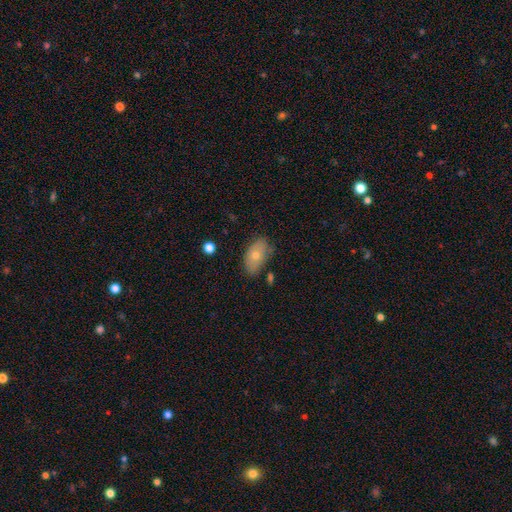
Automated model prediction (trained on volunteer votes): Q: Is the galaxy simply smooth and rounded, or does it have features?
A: smooth — 63%.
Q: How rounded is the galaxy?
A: in between — 91%.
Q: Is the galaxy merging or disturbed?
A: none — 72%.